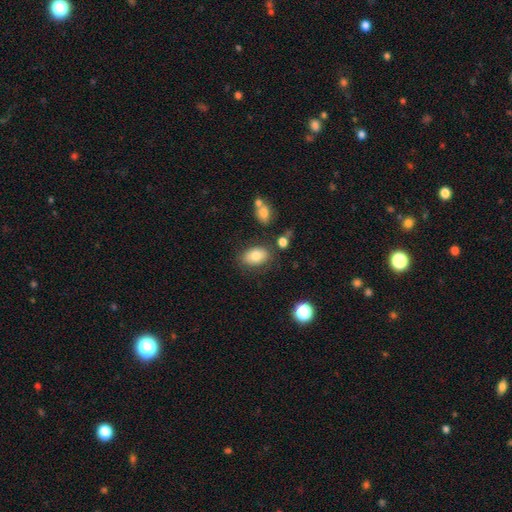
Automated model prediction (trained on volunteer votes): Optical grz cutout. It shows a smooth galaxy with no disk features (80%) that is in between round and cigar-shaped (89%). Merging: none (76%).